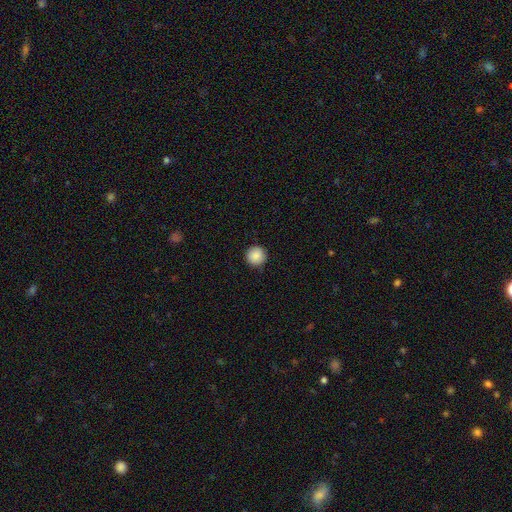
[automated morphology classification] Smooth or featured? smooth (88%)
How rounded? round (96%)
Merging? none (90%)